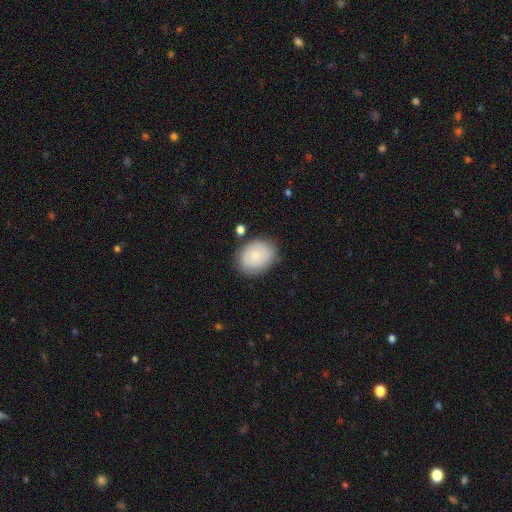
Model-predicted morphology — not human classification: smooth 71%, featured or disk 22%, star or artifact 7%. Down the decision tree: how rounded — in between (59%); merging — none (77%).